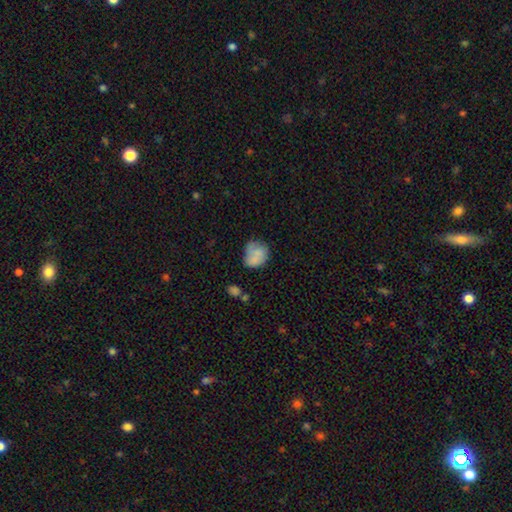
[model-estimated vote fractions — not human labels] smooth 74%, featured or disk 17%, star or artifact 9%. Down the decision tree: how rounded — round (65%); merging — none (49%).